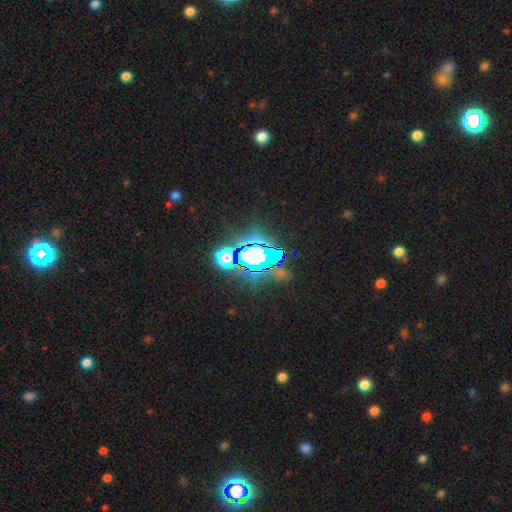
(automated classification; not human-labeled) smooth-or-featured: star or artifact: 82% | smooth: 11% | featured or disk: 7%